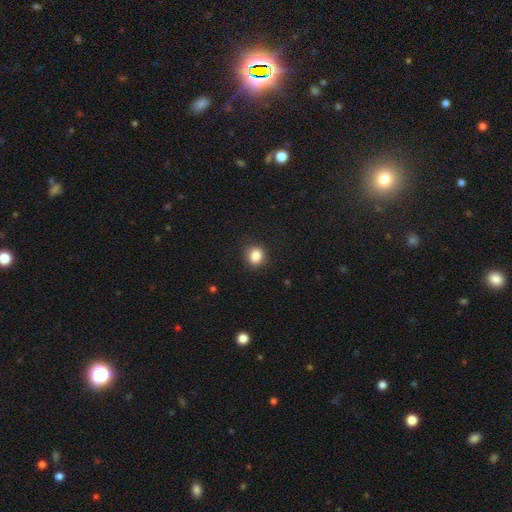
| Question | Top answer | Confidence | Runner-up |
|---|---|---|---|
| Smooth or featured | smooth | 97% | star or artifact (3%) |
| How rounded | round | 81% | in between (19%) |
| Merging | none | 89% | minor disturbance (5%) |